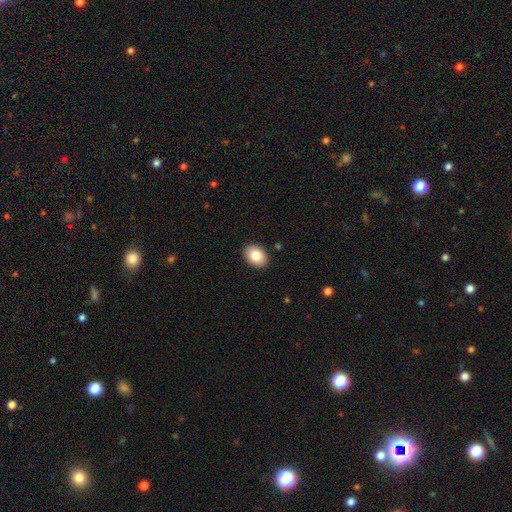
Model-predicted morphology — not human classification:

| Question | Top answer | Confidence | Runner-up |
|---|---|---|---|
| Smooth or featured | smooth | 83% | featured or disk (9%) |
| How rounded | in between | 76% | round (23%) |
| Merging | none | 90% | minor disturbance (7%) |